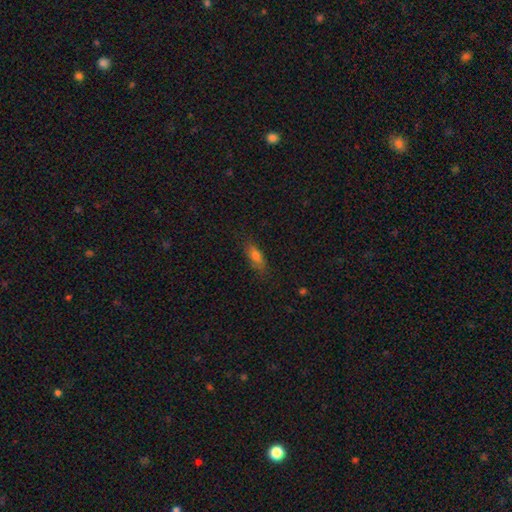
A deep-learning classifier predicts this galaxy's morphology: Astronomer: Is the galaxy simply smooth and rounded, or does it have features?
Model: smooth — 74%.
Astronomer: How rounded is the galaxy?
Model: in between — 66%.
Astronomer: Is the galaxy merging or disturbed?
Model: none — 79%.